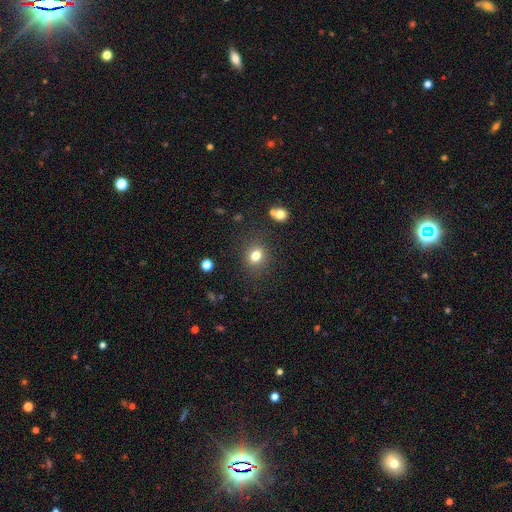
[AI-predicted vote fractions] Morphology: type=smooth (79%); roundness=round (61%); merging=none (83%).